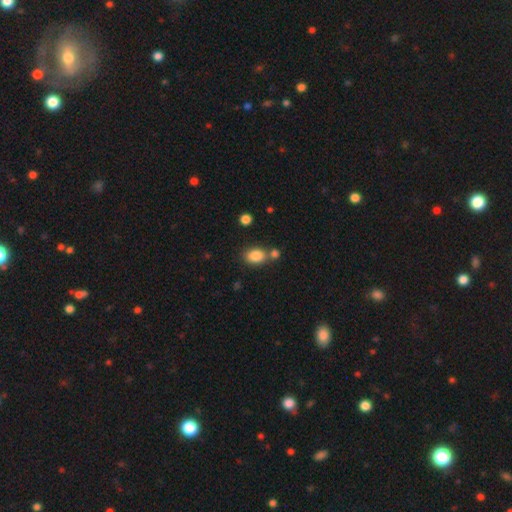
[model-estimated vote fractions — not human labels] Q: Smooth or featured?
A: smooth (85%); runner-up: star or artifact (9%)
Q: How rounded?
A: in between (75%); runner-up: round (24%)
Q: Merging?
A: none (62%); runner-up: merger (23%)